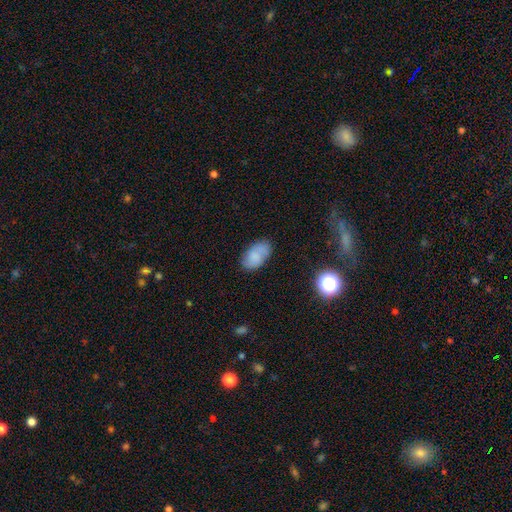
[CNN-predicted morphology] Overall: smooth (69%). How rounded: in between (93%). Merging: none (77%).